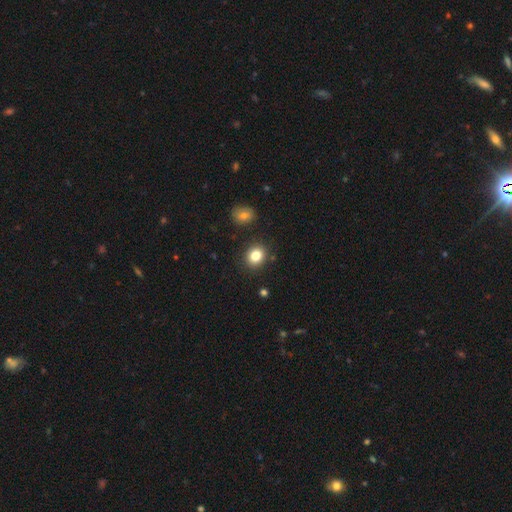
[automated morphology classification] Smooth or featured? smooth (83%)
How rounded? round (68%)
Merging? none (87%)